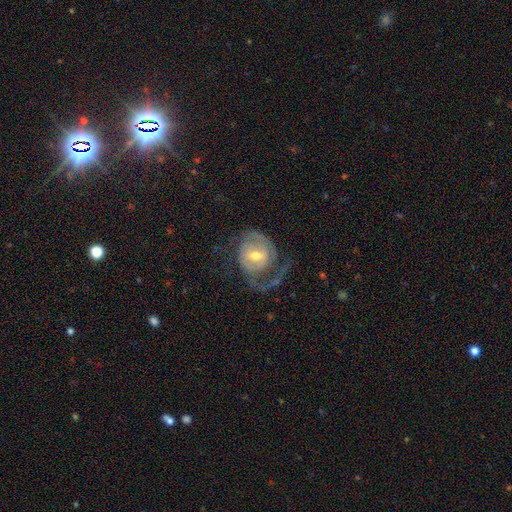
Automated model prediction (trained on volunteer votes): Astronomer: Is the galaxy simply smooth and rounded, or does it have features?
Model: featured or disk — 76%.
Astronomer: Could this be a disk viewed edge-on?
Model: no — 97%.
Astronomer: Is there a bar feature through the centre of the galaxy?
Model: weak — 44% (runner-up: no, 40%).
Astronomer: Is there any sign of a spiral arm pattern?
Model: yes — 83%.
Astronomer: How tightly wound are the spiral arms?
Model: medium — 38% (runner-up: tight, 32%).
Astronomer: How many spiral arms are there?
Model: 2 — 55%.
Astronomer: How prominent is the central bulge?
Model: moderate — 66%.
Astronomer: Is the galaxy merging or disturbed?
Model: none — 45% (runner-up: major disturbance, 36%).